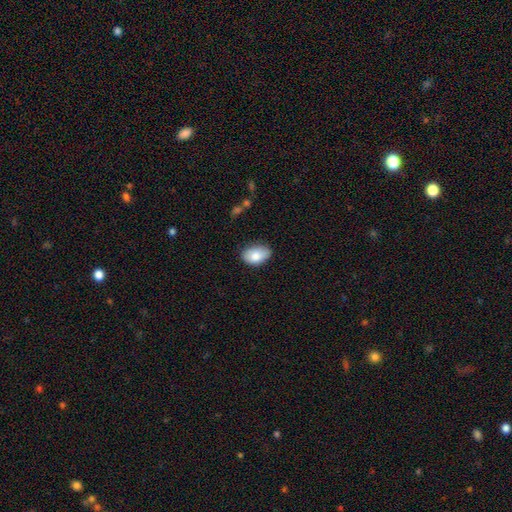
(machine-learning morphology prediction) This is clearly a smooth galaxy (84%). How rounded: clearly in between (90%). Merging: likely none (77%).